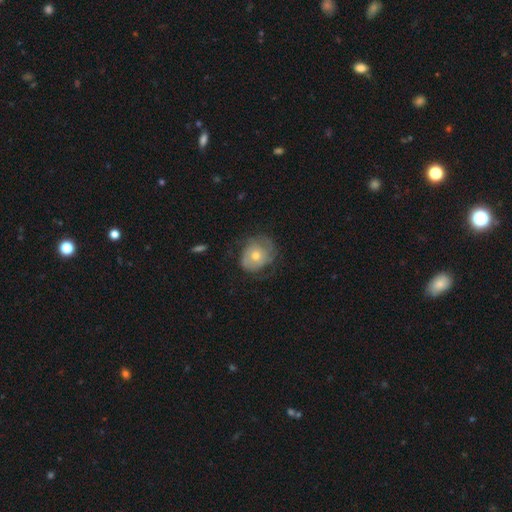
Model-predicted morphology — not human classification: Smooth or featured?
  - featured or disk: 51% *
  - smooth: 42%
  - star or artifact: 7%
Edge-on disk?
  - no: 96% *
  - yes: 4%
Merging?
  - none: 55% *
  - minor disturbance: 26%
  - major disturbance: 17%
  - merger: 1%